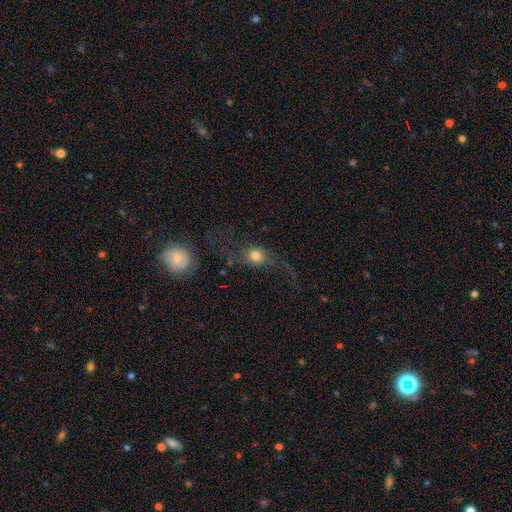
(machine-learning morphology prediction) This is possibly a smooth galaxy (51%). How rounded: likely round (68%). Merging: marginally none (45%).